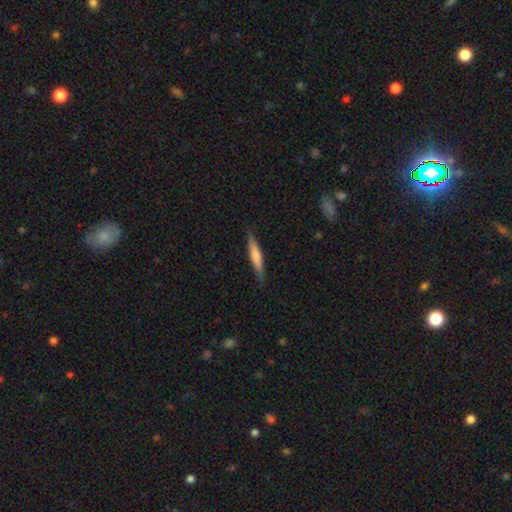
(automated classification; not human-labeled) This is possibly a smooth galaxy (51%). How rounded: clearly cigar-shaped (90%). Merging: clearly none (86%).